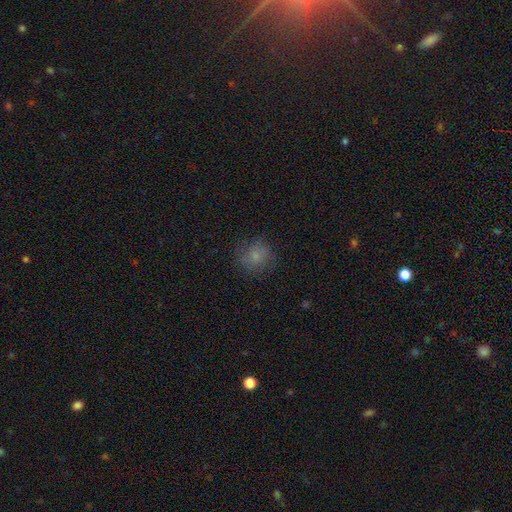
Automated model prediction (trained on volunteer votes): This appears to be a smooth galaxy with no disk features (75%) that is round (83%). Merging: none (75%).